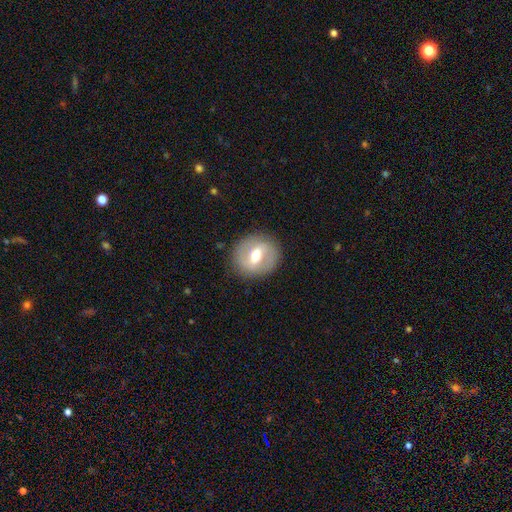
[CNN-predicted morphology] A featured or disk galaxy (59%) with a weak bar (48%), spiral arms (56%) and a moderate central bulge (72%). Merging: none (86%).